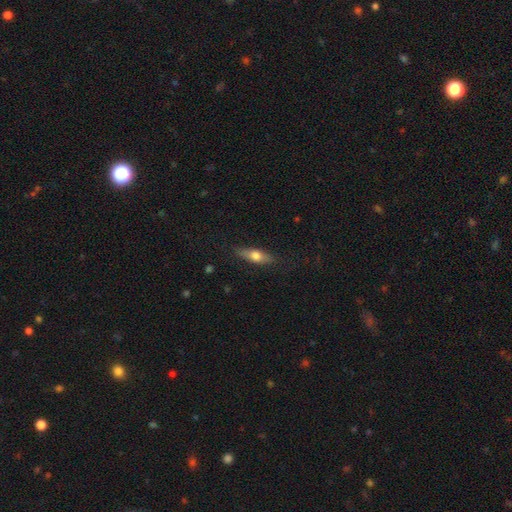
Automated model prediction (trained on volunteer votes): Smooth or featured? Predicted: smooth (p=0.62). How rounded? Predicted: in between (p=0.49). Merging? Predicted: none (p=0.83).